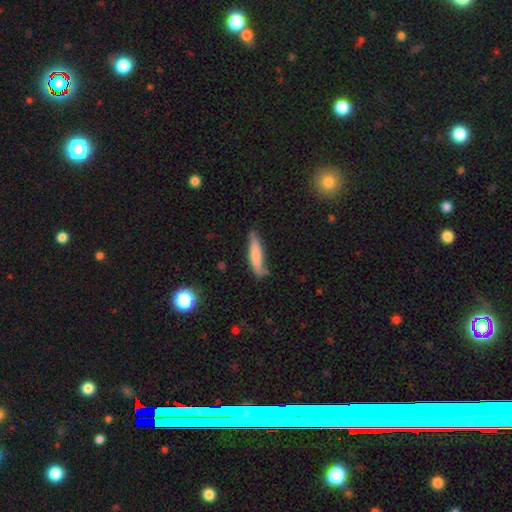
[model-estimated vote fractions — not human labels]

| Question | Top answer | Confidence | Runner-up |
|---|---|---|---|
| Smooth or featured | smooth | 73% | featured or disk (21%) |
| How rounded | cigar-shaped | 82% | in between (17%) |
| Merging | none | 69% | minor disturbance (23%) |